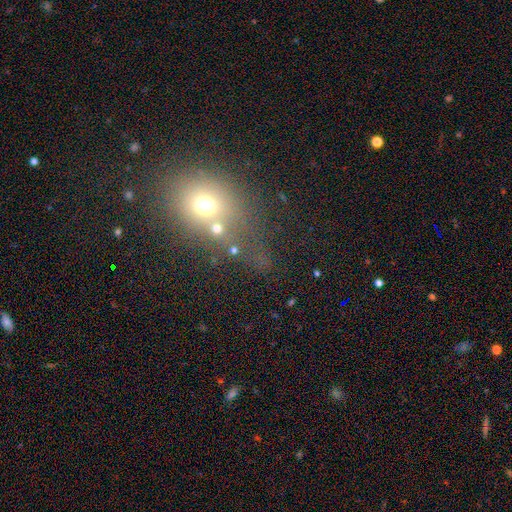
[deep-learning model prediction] smooth_or_featured: smooth (p=0.51) [alt: star or artifact p=0.35]
how_rounded: round (p=0.60) [alt: in between p=0.37]
merging: none (p=0.51) [alt: merger p=0.23]